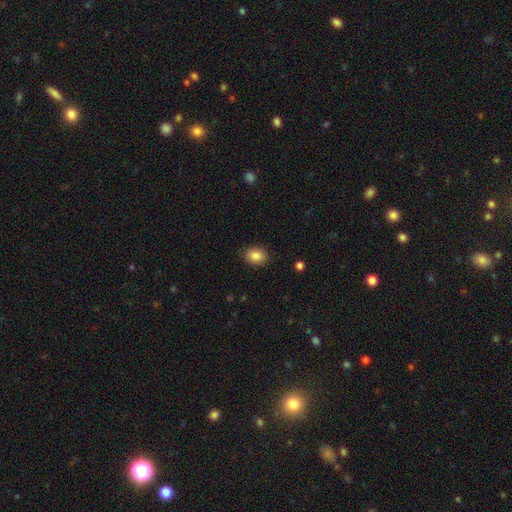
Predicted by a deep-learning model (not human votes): Smooth or featured? Predicted: smooth (p=0.86). How rounded? Predicted: in between (p=0.63). Merging? Predicted: none (p=0.86).